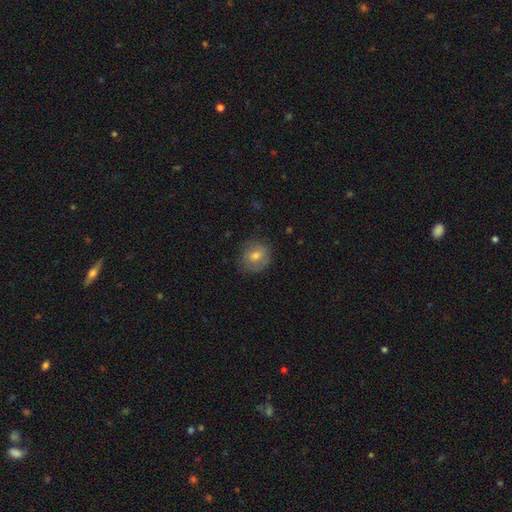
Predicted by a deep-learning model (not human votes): This appears to be a smooth galaxy with no disk features (65%) that is round (77%). Merging: none (81%).